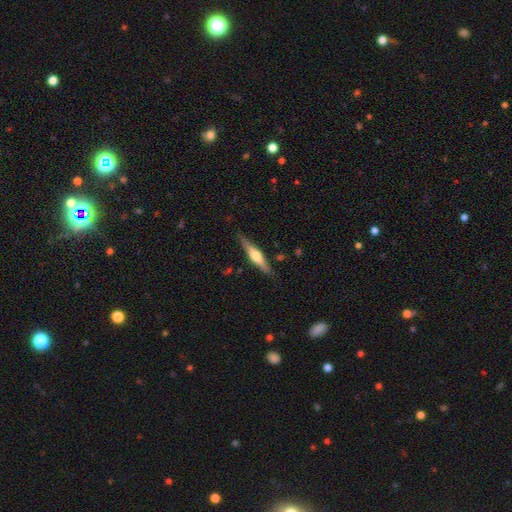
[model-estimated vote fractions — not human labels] Q: Smooth or featured?
A: featured or disk (59%); runner-up: smooth (36%)
Q: Edge-on disk?
A: yes (96%); runner-up: no (4%)
Q: Edge-on bulge?
A: rounded (86%); runner-up: boxy (8%)
Q: Merging?
A: none (85%); runner-up: minor disturbance (12%)